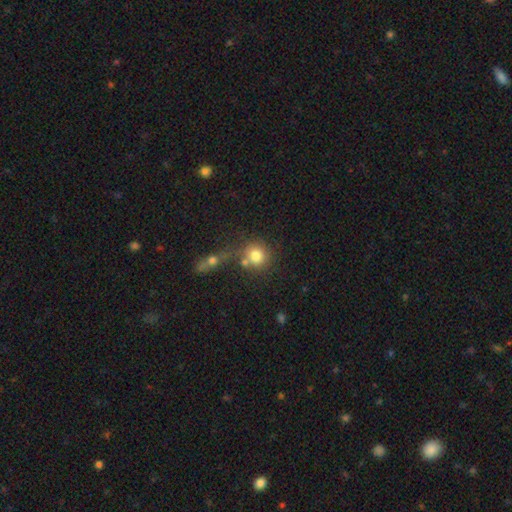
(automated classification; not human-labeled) Morphology: type=smooth (79%); roundness=round (88%); merging=none (54%).